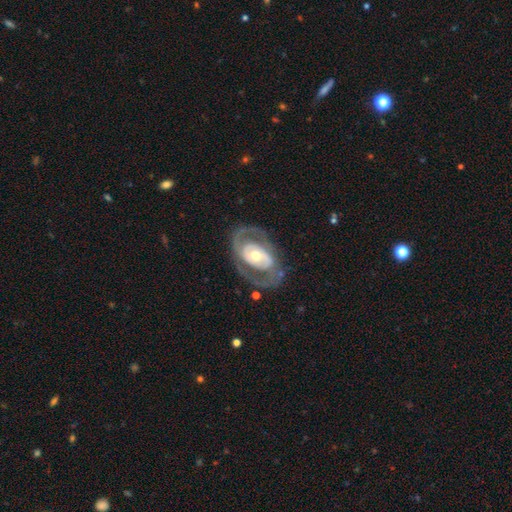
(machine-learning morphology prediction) Overall: featured or disk (84%). Edge-on disk: no (96%). Bar: no (54%; weak 27%). Spiral arms: yes (79%). Spiral arm count: 2 (82%). Spiral winding: medium (46%; tight 36%). Bulge size: moderate (65%). Merging: none (71%).